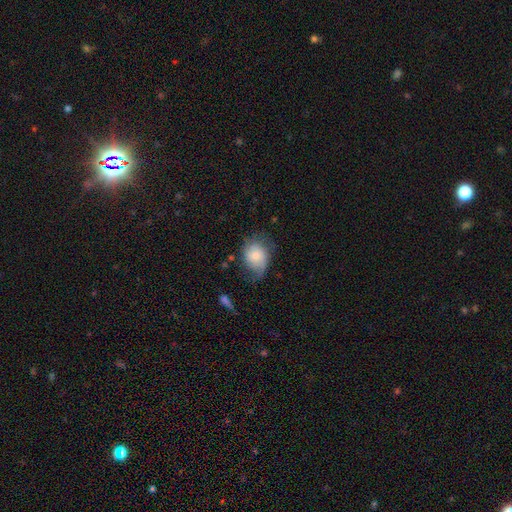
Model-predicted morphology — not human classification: smooth 61%, featured or disk 31%, star or artifact 8%. Down the decision tree: how rounded — in between (59%); merging — none (43%).